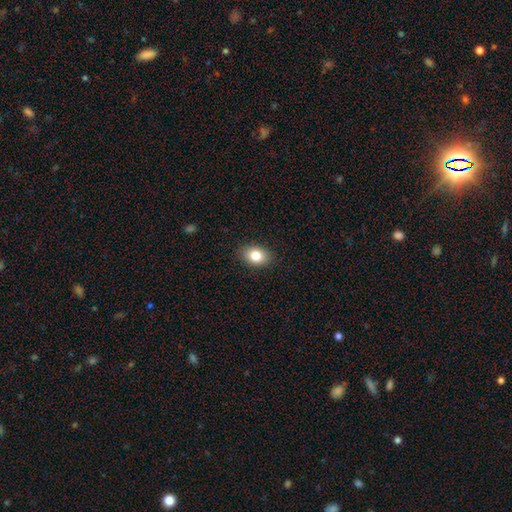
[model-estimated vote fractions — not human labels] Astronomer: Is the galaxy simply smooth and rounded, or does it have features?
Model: smooth — 82%.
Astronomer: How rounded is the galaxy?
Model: in between — 74%.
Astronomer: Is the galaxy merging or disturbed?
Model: none — 89%.